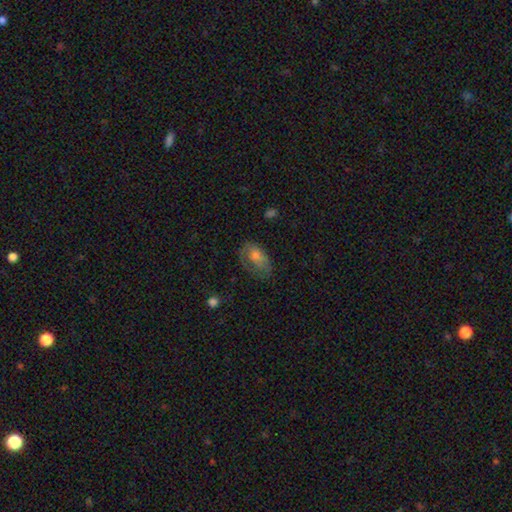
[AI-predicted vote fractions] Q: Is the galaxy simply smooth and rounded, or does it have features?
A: smooth — 58%.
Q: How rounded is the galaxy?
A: in between — 88%.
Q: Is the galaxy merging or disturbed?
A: none — 48%.